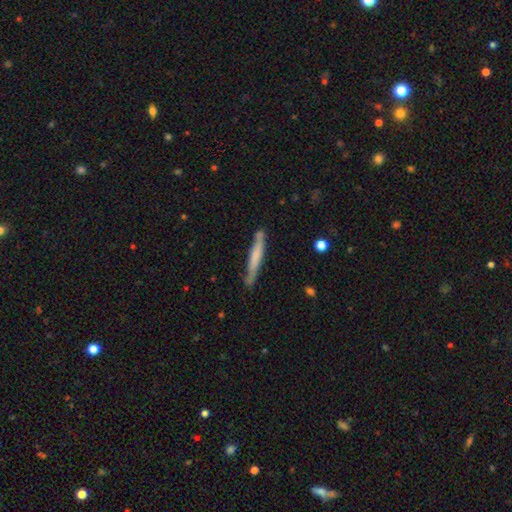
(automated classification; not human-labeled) Morphology: type=smooth (57%); roundness=cigar-shaped (95%); merging=none (79%).